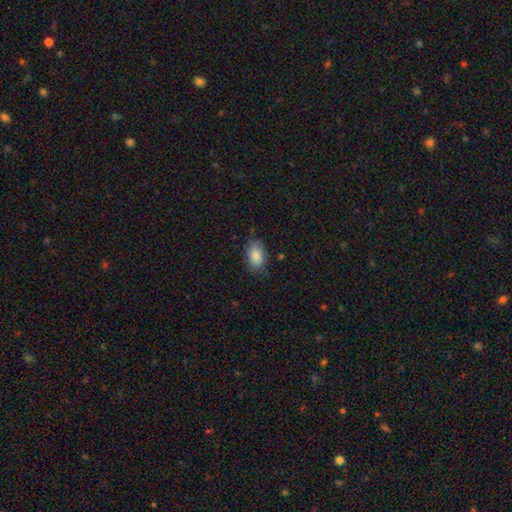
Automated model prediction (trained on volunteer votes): Morphology: type=smooth (86%); roundness=in between (91%); merging=none (80%).